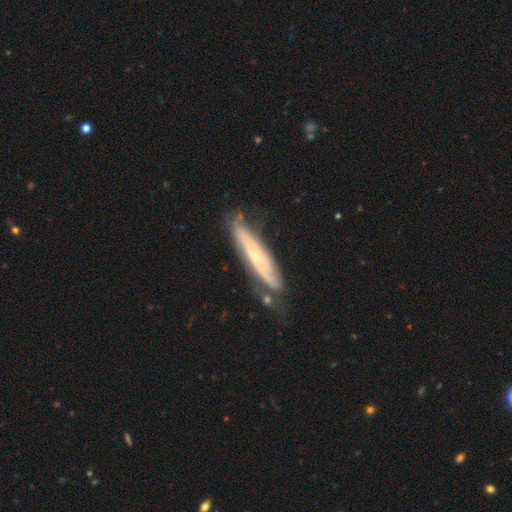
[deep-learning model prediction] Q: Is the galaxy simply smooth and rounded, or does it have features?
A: featured or disk — 68%.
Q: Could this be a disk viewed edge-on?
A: no — 52%.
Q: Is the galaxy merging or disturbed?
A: none — 65%.